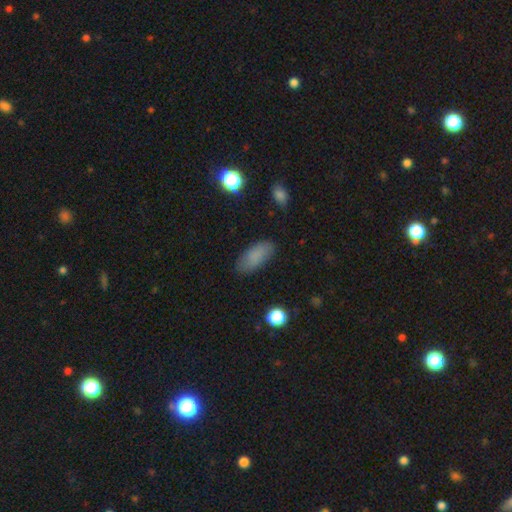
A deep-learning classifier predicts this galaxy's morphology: smooth-or-featured: smooth: 85% | star or artifact: 8% | featured or disk: 7%
  how-rounded: in between: 86% | cigar-shaped: 12% | round: 3%
  merging: none: 83% | minor disturbance: 12% | major disturbance: 3% | merger: 1%